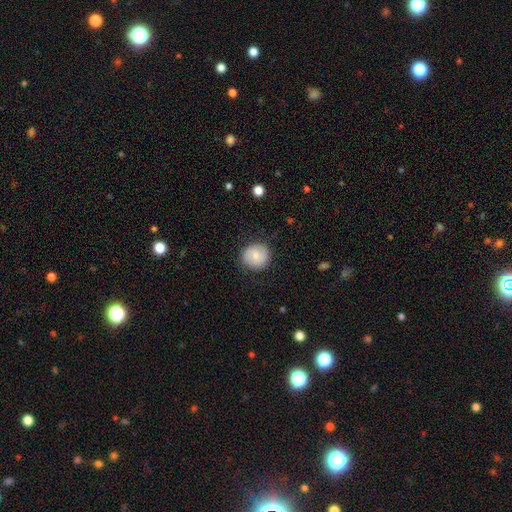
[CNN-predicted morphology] Overall: smooth (74%). How rounded: round (89%). Merging: none (84%).